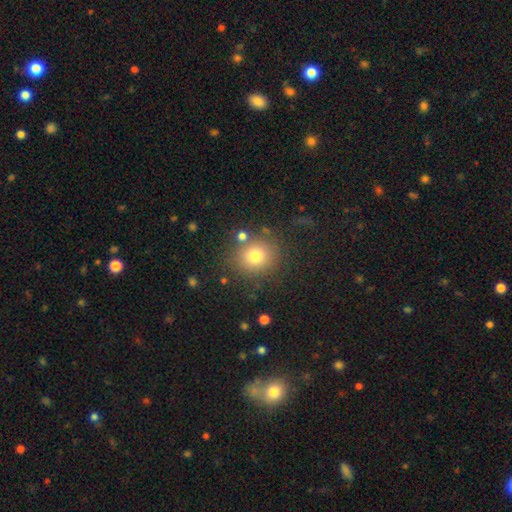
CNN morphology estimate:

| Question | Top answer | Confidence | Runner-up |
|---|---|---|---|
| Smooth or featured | smooth | 76% | star or artifact (14%) |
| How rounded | round | 86% | in between (13%) |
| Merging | none | 80% | minor disturbance (10%) |